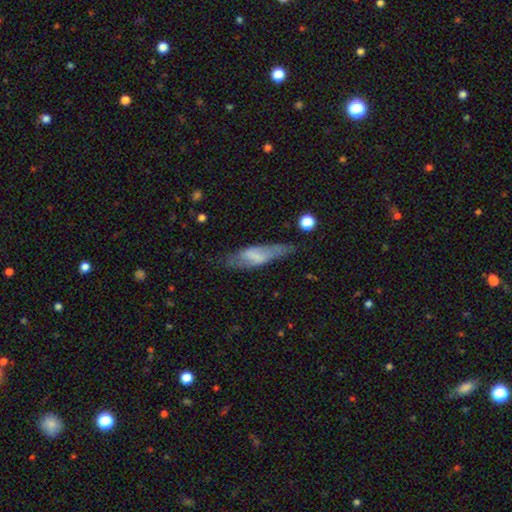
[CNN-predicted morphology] Smooth or featured?
  - featured or disk: 48% *
  - smooth: 45%
  - star or artifact: 7%
Merging?
  - none: 60% *
  - minor disturbance: 25%
  - major disturbance: 12%
  - merger: 3%